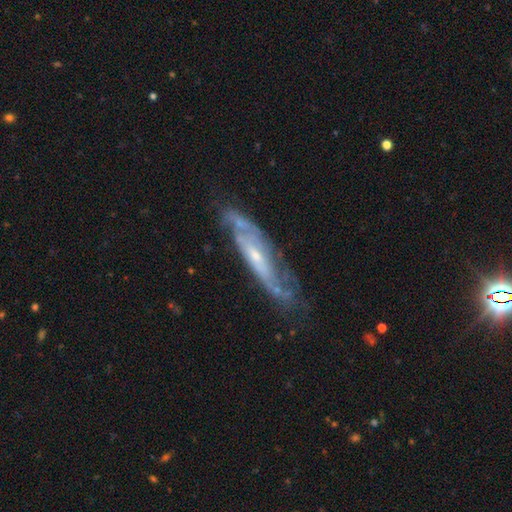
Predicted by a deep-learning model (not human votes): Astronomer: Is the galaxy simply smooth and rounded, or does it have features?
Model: featured or disk — 81%.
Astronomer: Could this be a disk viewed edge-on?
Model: no — 66%.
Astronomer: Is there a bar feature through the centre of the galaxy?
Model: no — 51% (runner-up: weak, 35%).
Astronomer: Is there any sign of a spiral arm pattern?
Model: yes — 87%.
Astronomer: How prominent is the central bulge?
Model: small — 65%.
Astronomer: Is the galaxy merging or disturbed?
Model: none — 64%.